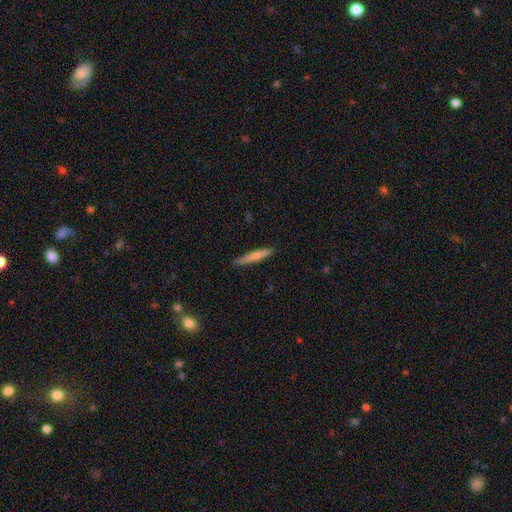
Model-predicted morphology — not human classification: type=smooth (66%); roundness=cigar-shaped (94%); merging=none (86%).